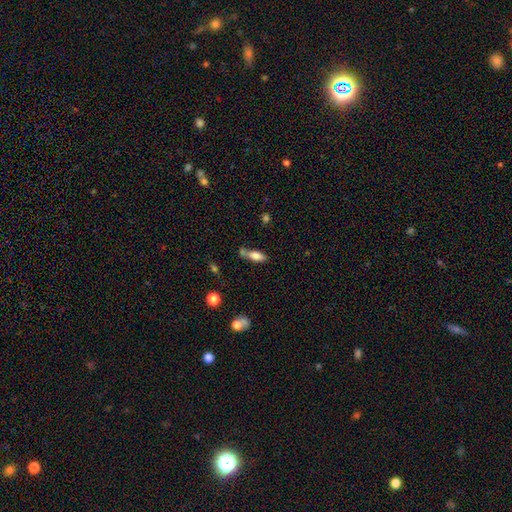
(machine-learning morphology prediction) This appears to be a smooth galaxy with no disk features (74%) that is in between round and cigar-shaped (67%). Merging: none (49%).